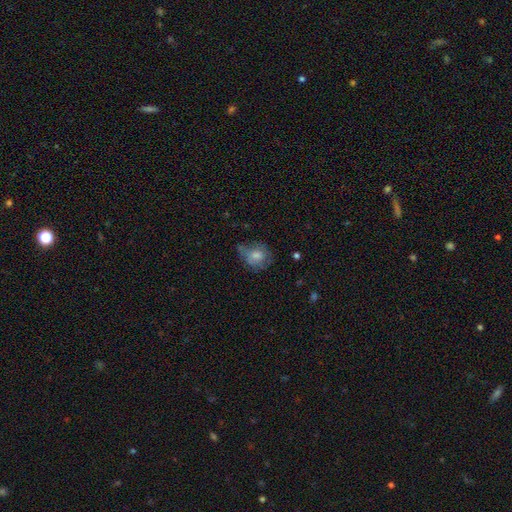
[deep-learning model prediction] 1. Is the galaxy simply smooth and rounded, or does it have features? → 66% smooth, 24% featured or disk, 9% star or artifact.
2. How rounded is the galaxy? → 59% round, 40% in between, 1% cigar-shaped.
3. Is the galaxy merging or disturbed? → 45% none, 32% minor disturbance, 20% major disturbance, 4% merger.